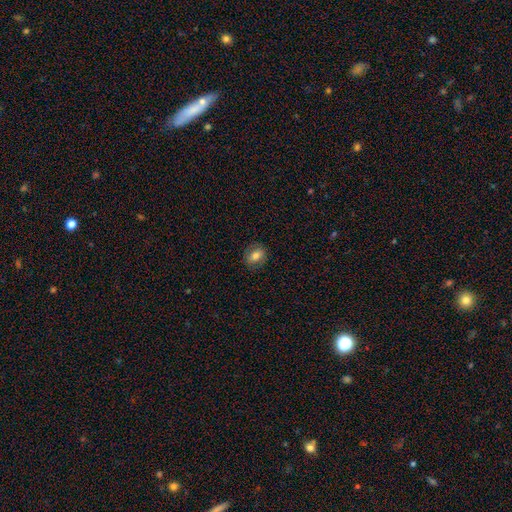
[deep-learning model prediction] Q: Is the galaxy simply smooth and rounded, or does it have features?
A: smooth — 69%.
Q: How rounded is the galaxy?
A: round — 50%.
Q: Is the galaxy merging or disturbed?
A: none — 84%.